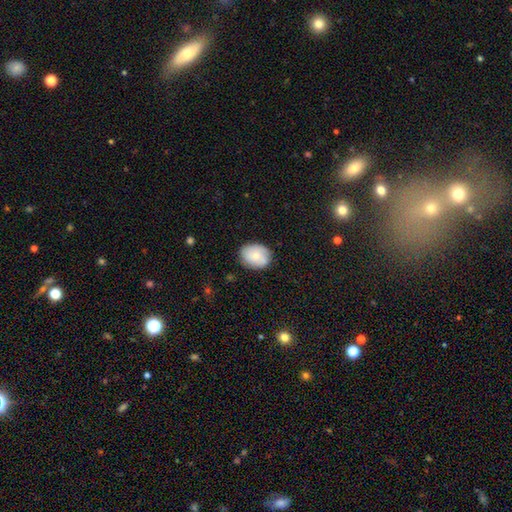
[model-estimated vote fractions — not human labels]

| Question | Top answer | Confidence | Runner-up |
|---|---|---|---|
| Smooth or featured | smooth | 74% | featured or disk (19%) |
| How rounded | in between | 58% | round (41%) |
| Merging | none | 81% | minor disturbance (15%) |